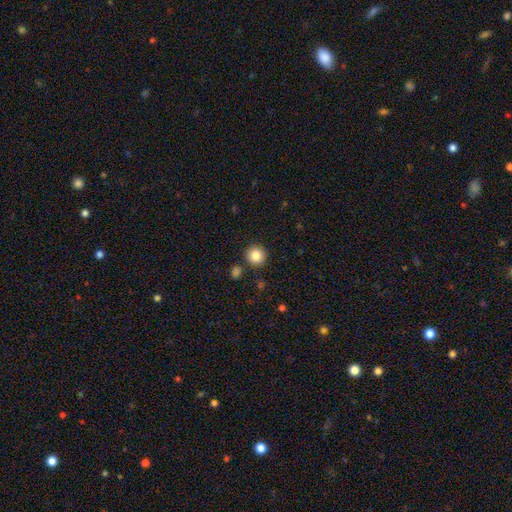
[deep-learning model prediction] This appears to be a smooth galaxy with no disk features (85%) that is round (94%). Merging: none (88%).